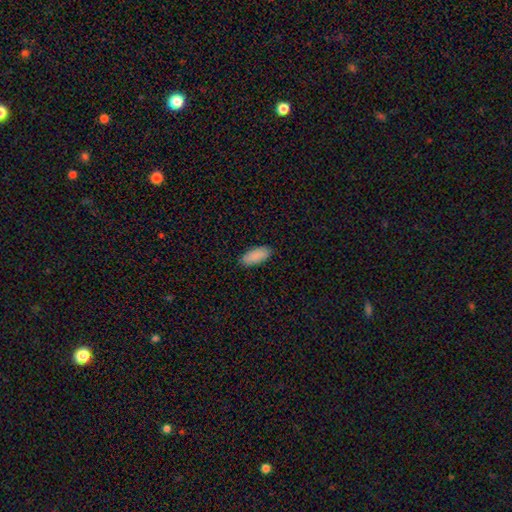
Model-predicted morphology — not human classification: This is clearly a smooth galaxy (90%). How rounded: clearly in between (86%). Merging: clearly none (88%).